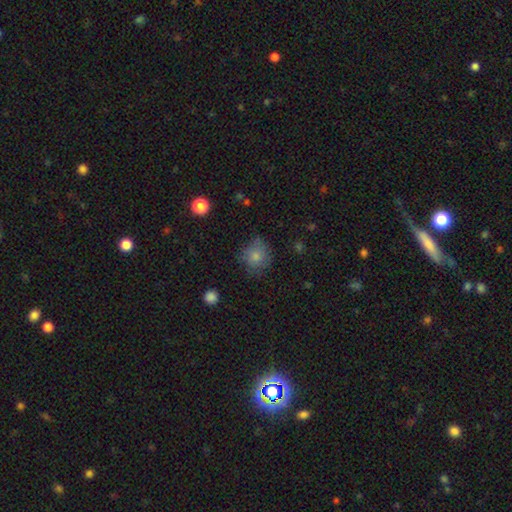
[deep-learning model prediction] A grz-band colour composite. It shows a smooth galaxy with no disk features (80%) that is round (83%). Merging: none (68%).